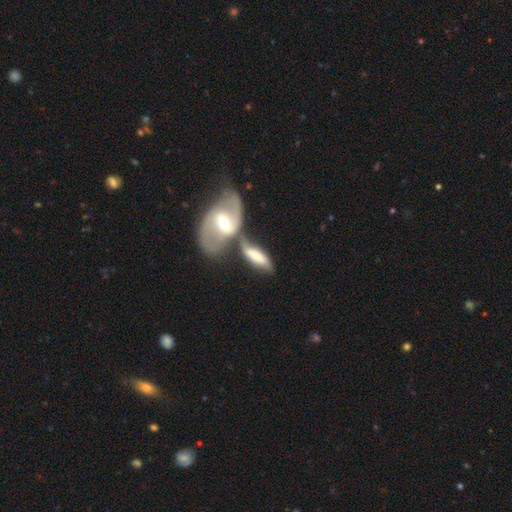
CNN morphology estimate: smooth_or_featured: smooth (p=0.51) [alt: featured or disk p=0.43]
how_rounded: in between (p=0.69) [alt: cigar-shaped p=0.28]
merging: merger (p=0.59) [alt: none p=0.22]